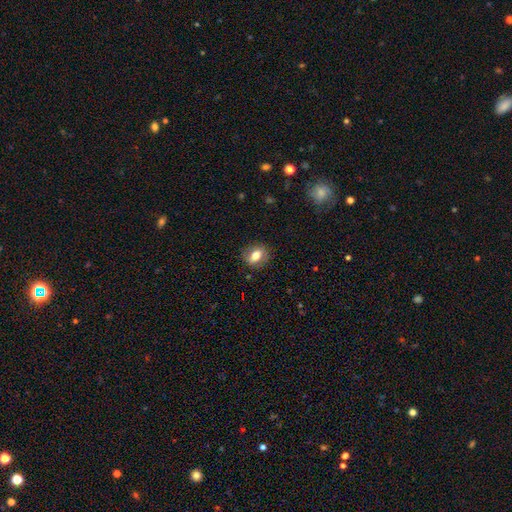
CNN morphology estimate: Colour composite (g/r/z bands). It shows a smooth galaxy with no disk features (69%) that is in between round and cigar-shaped (57%). Merging: none (83%).